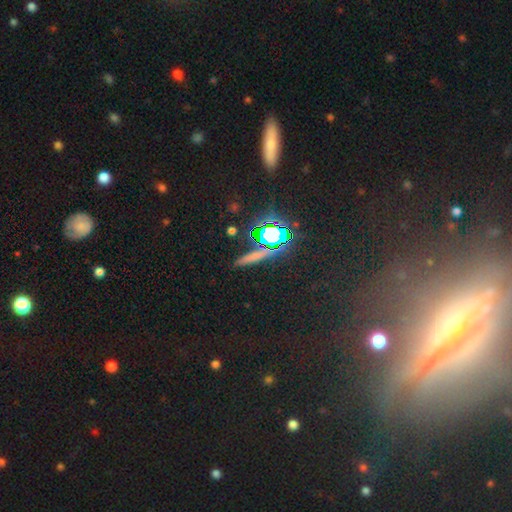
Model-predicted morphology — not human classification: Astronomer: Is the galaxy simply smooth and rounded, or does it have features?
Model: smooth — 45% (runner-up: star or artifact, 38%).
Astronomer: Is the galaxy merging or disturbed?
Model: none — 83%.